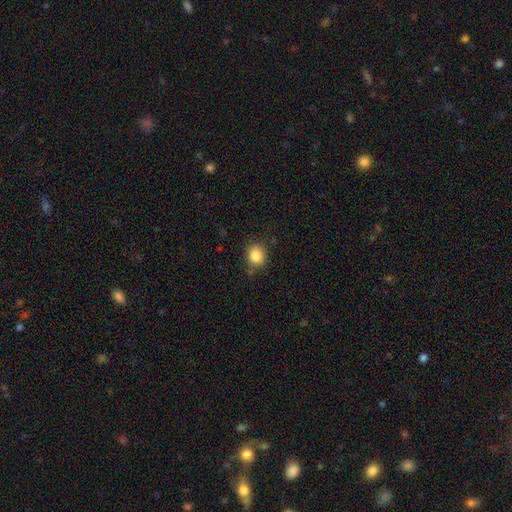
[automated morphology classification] smooth 85%, star or artifact 10%, featured or disk 5%. Down the decision tree: how rounded — round (75%); merging — none (79%).